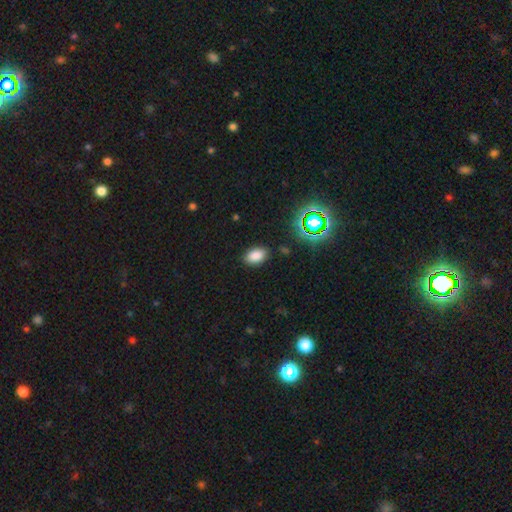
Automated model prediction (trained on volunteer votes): Smooth or featured: smooth — 81% (star or artifact — 14%)
How rounded: in between — 90% (round — 9%)
Merging: none — 86% (minor disturbance — 10%)